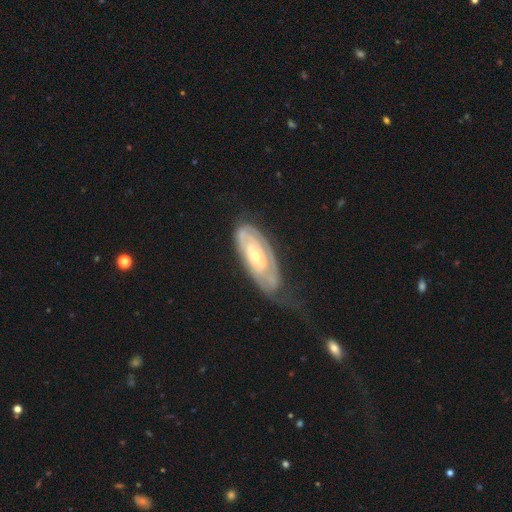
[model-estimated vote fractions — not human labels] A featured or disk galaxy (74%) with no bar (70%), tight (73%) spiral arms (84%) and a small central bulge (55%). Merging: none (44%).